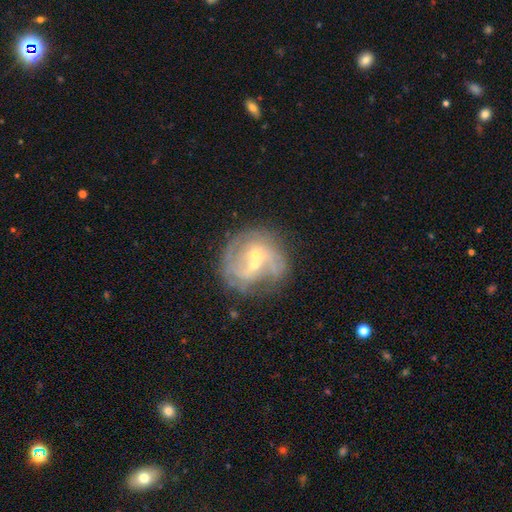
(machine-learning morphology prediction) This is likely a featured or disk galaxy (72%). It is clearly not viewed edge-on (97%). Bar: possibly no (60%). Spiral arm pattern: likely yes (71%). Spiral arm count: marginally 2 (40%). Spiral winding: marginally medium (39%). Central bulge: likely small (62%). Merging: marginally none (40%).